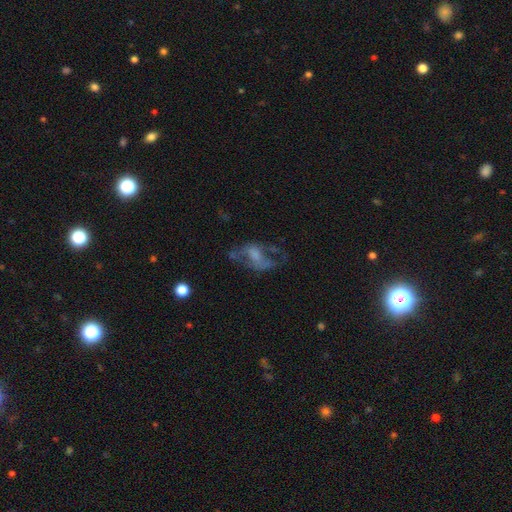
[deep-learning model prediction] The model was most divided on "merging": major disturbance: 39%, none: 37%, minor disturbance: 19%, merger: 5%. Remaining: edge-on disk — no (95%); bar — no (63%); spiral arms — no (62%); smooth or featured — featured or disk (57%); bulge size — none (41%).